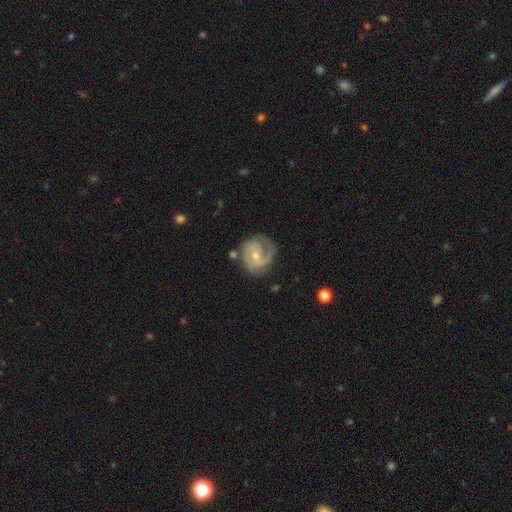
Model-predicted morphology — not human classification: smooth-or-featured: featured or disk: 87% | smooth: 9% | star or artifact: 5%
  disk-edge-on: no: 98% | yes: 2%
    bar: no: 49% | weak: 42% | strong: 10%
    has-spiral-arms: yes: 97% | no: 3%
      spiral-winding: tight: 53% | medium: 39% | loose: 8%
      spiral-arm-count: 2: 71% | 3: 12% | can't tell: 7% | 1: 6% | 4: 2% | more than 4: 2%
    bulge-size: small: 58% | moderate: 38% | none: 2% | large: 1% | dominant: 1%
  merging: none: 71% | minor disturbance: 19% | major disturbance: 7% | merger: 4%